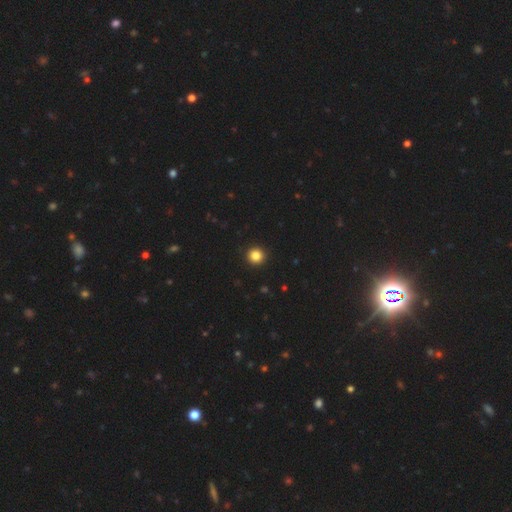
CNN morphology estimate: smooth-or-featured: smooth: 84% | star or artifact: 11% | featured or disk: 4%
  how-rounded: round: 95% | in between: 4% | cigar-shaped: 1%
  merging: none: 94% | minor disturbance: 4% | major disturbance: 1% | merger: 1%